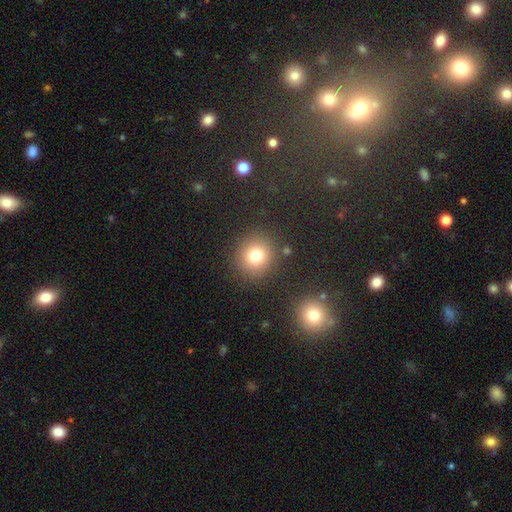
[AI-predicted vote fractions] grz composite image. It shows a smooth galaxy with no disk features (77%) that is round (89%). Merging: none (87%).